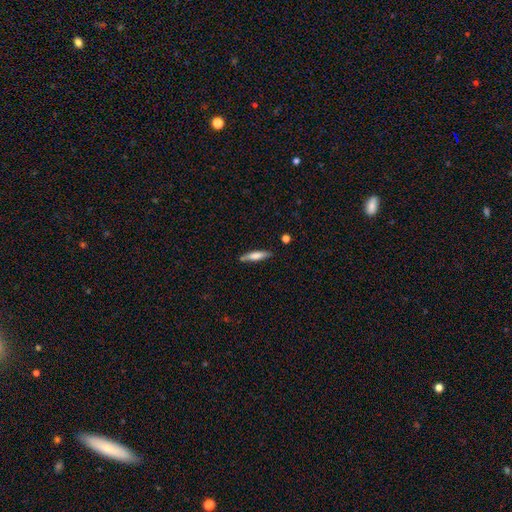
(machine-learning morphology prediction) This appears to be a smooth galaxy with no disk features (69%) that is cigar-shaped (77%). Merging: none (79%).